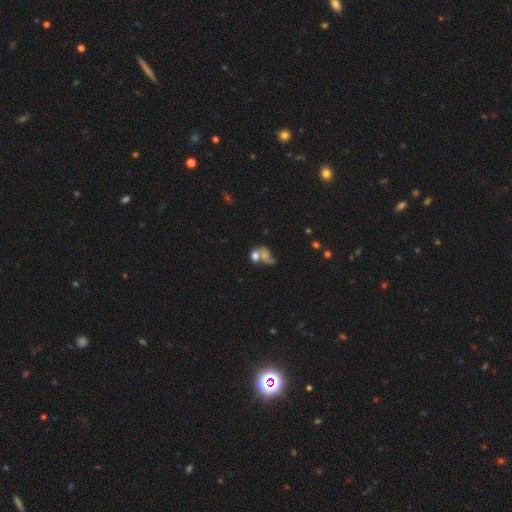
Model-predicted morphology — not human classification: Smooth or featured? Predicted: smooth (p=0.51). How rounded? Predicted: round (p=0.49). Merging? Predicted: merger (p=0.54).